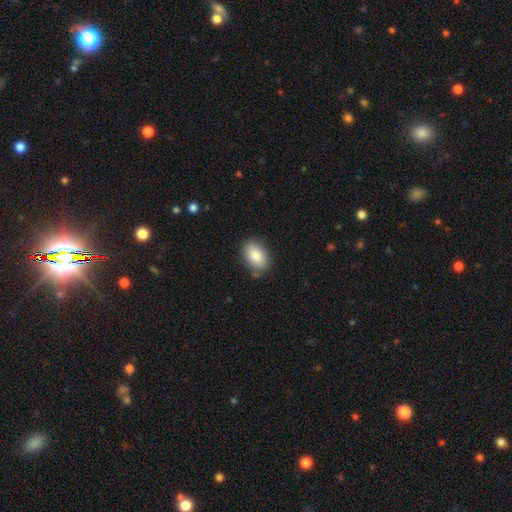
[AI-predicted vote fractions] Smooth or featured? Predicted: smooth (p=0.87). How rounded? Predicted: in between (p=0.88). Merging? Predicted: none (p=0.79).